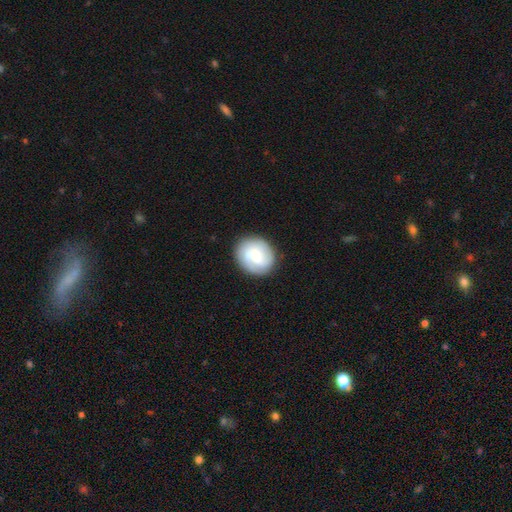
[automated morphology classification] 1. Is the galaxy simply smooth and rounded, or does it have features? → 58% featured or disk, 36% smooth, 6% star or artifact.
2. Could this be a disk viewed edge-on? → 98% no, 2% yes.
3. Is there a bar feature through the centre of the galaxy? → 55% weak, 32% no, 14% strong.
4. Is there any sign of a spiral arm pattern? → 89% yes, 11% no.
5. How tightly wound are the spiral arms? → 46% tight, 38% medium, 16% loose.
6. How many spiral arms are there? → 48% 2, 22% can't tell, 17% 3, 7% 1, 4% 4, 3% more than 4.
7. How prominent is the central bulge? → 44% moderate, 41% small, 7% large, 6% none, 2% dominant.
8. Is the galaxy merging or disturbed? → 83% none, 12% minor disturbance, 4% major disturbance, 1% merger.